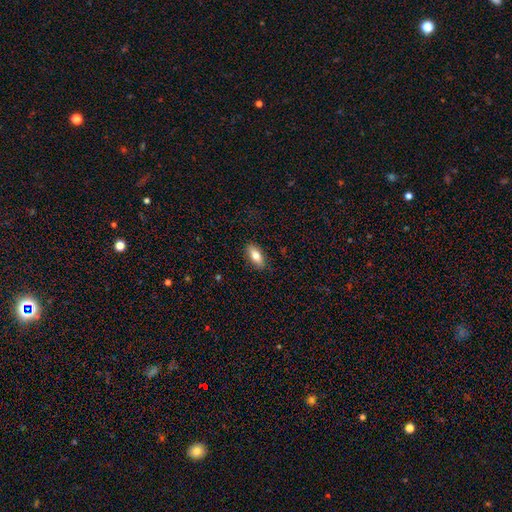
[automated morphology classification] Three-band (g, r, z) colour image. It shows a smooth galaxy with no disk features (75%) that is in between round and cigar-shaped (81%). Merging: none (87%).